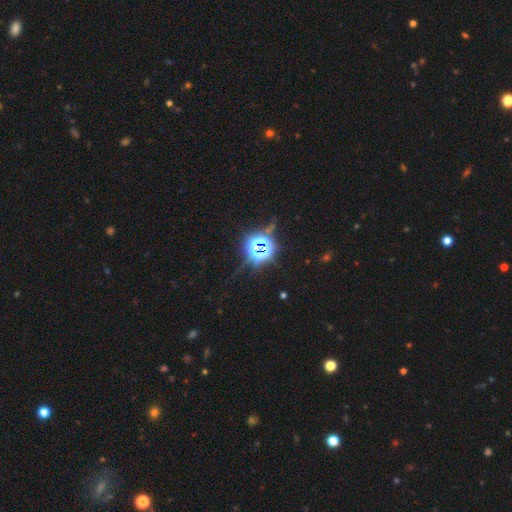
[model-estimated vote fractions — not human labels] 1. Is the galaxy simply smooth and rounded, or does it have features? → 80% star or artifact, 11% smooth, 9% featured or disk.